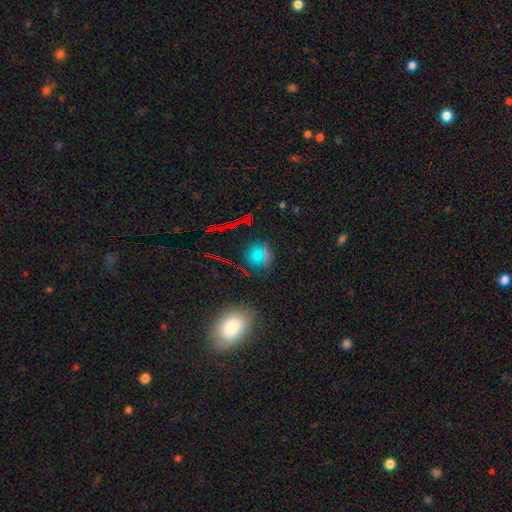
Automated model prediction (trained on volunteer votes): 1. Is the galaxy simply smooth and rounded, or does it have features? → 49% smooth, 42% star or artifact, 9% featured or disk.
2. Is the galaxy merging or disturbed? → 80% none, 11% minor disturbance, 5% major disturbance, 4% merger.